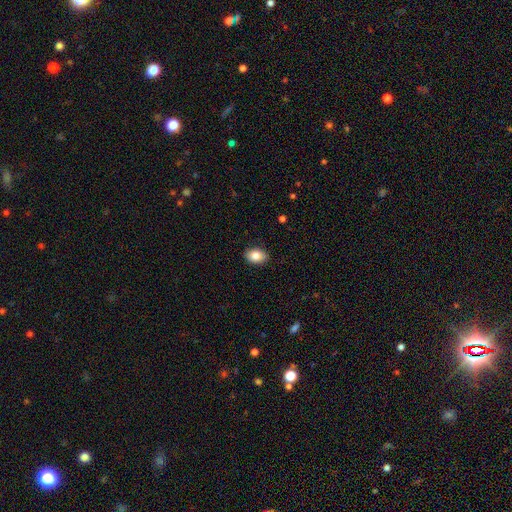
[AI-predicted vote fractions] Smooth or featured?
  - smooth: 85% *
  - star or artifact: 8%
  - featured or disk: 8%
How rounded?
  - in between: 82% *
  - round: 17%
  - cigar-shaped: 1%
Merging?
  - none: 89% *
  - minor disturbance: 9%
  - major disturbance: 2%
  - merger: 1%